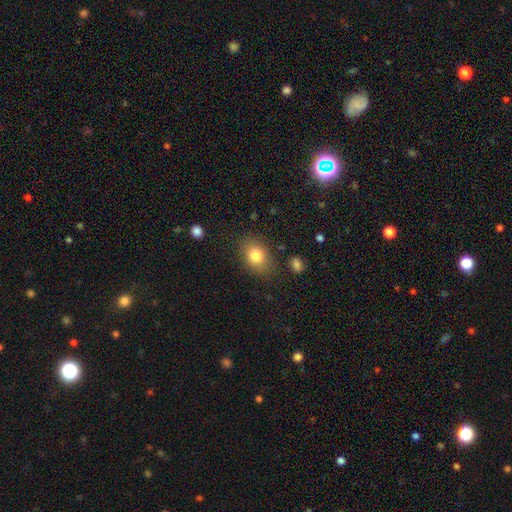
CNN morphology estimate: smooth 82%, star or artifact 9%, featured or disk 9%. Down the decision tree: how rounded — in between (66%); merging — none (80%).